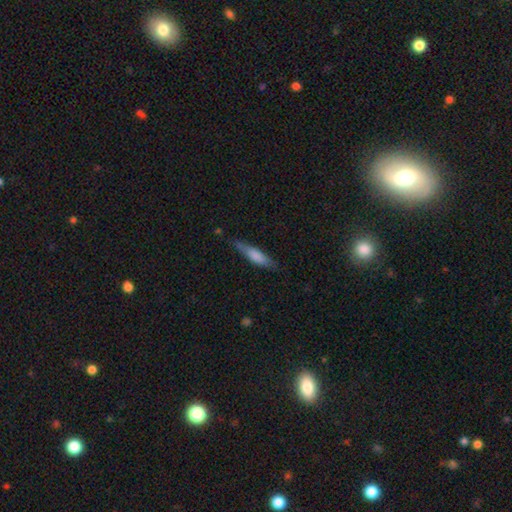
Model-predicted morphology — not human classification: This appears to be a smooth galaxy with no disk features (70%) that is cigar-shaped (75%). Merging: none (74%).